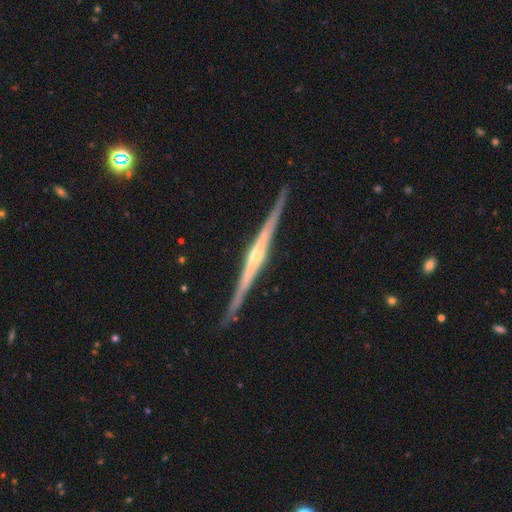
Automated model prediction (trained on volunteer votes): featured or disk 86%, smooth 9%, star or artifact 5%. Down the decision tree: edge-on disk — yes (98%); edge-on bulge — rounded (69%); merging — none (90%).